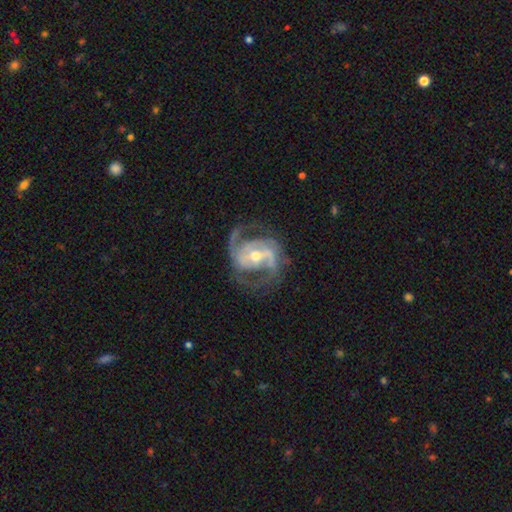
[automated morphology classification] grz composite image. It shows a featured or disk galaxy (91%) with a weak bar (41%), 2 (69%) medium (56%) spiral arms (97%) and a moderate central bulge (63%). Merging: none (68%).